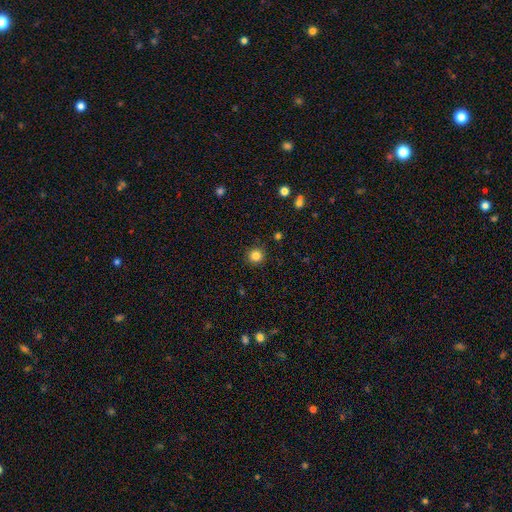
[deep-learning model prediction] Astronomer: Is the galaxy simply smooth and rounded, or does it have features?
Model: smooth — 83%.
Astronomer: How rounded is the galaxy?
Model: round — 94%.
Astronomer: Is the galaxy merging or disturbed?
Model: none — 91%.